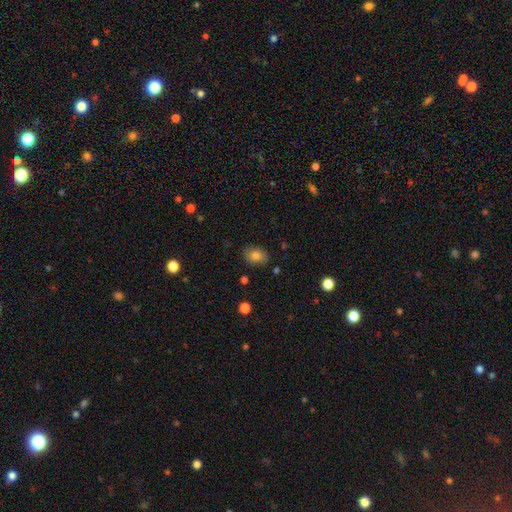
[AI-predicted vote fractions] This is likely a smooth galaxy (80%). How rounded: likely in between (69%). Merging: clearly none (84%).